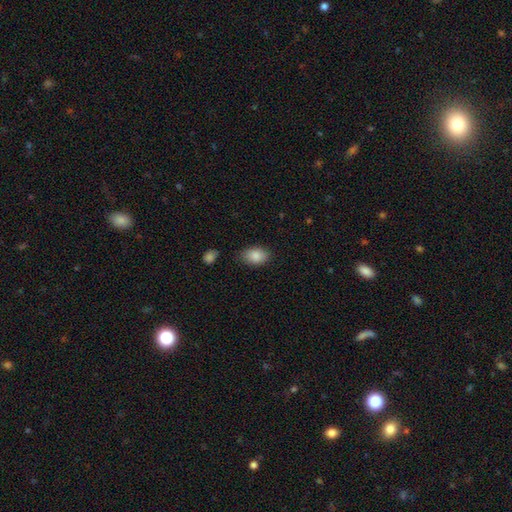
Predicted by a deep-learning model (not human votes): This appears to be a smooth galaxy with no disk features (87%) that is in between round and cigar-shaped (86%). Merging: none (78%).